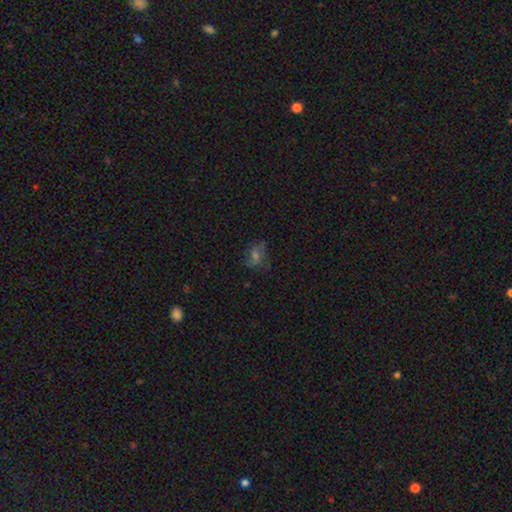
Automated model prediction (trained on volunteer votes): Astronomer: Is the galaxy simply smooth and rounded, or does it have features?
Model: smooth — 42% (runner-up: featured or disk, 32%).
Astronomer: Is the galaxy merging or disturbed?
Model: none — 65%.